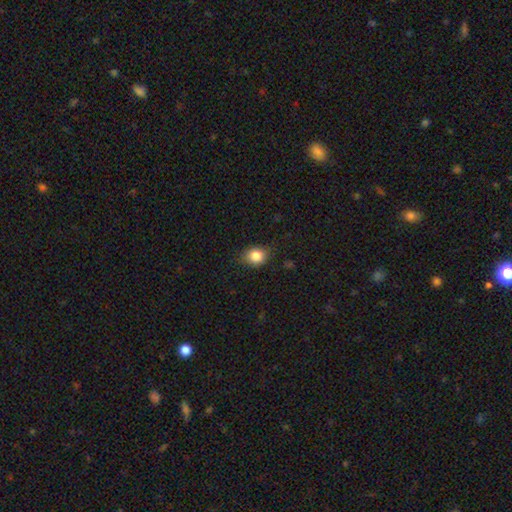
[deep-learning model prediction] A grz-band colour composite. It shows a smooth galaxy with no disk features (84%) that is round (60%). Merging: none (76%).